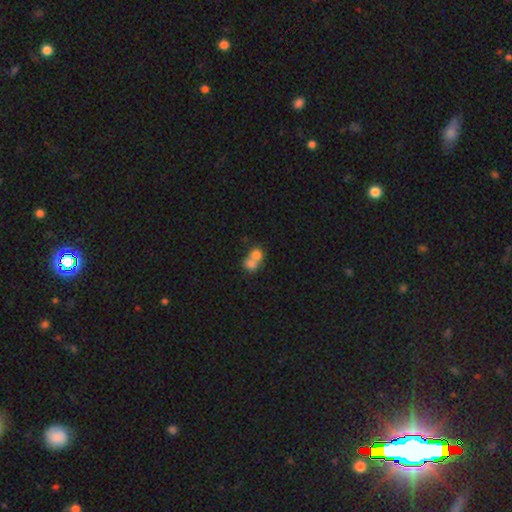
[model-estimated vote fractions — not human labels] Q: Smooth or featured?
A: smooth (75%); runner-up: featured or disk (16%)
Q: How rounded?
A: round (70%); runner-up: in between (28%)
Q: Merging?
A: merger (69%); runner-up: none (23%)